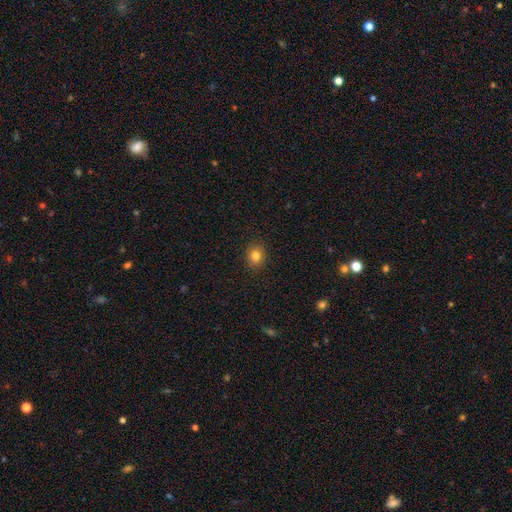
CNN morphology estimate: The model was most divided on "how rounded": round: 66%, in between: 33%, cigar-shaped: 1%. More confident: merging — none (91%); smooth or featured — smooth (82%).